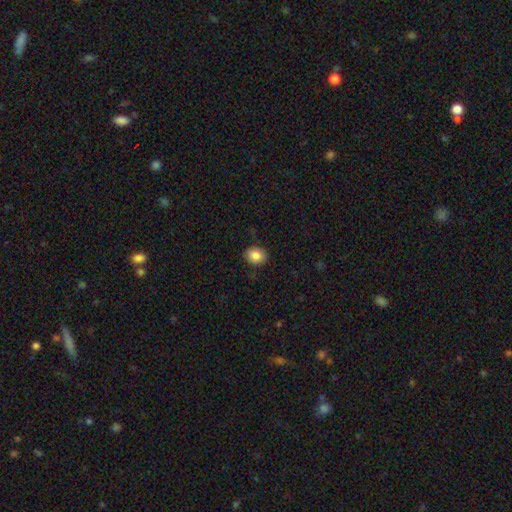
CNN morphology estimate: type=smooth (86%); roundness=round (51%); merging=none (87%).